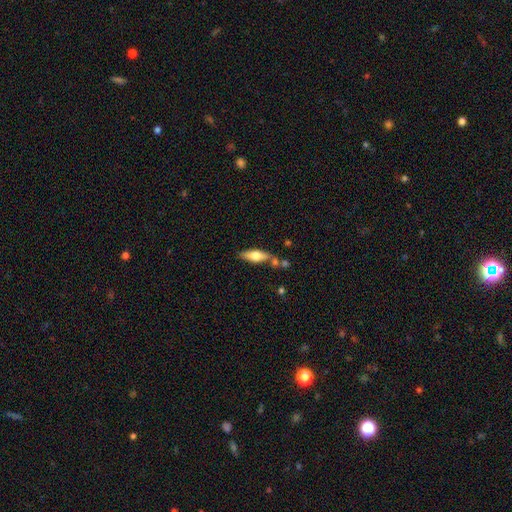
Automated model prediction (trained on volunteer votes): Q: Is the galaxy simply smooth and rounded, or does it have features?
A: smooth — 58%.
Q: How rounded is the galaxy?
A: in between — 55%.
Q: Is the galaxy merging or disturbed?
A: none — 64%.